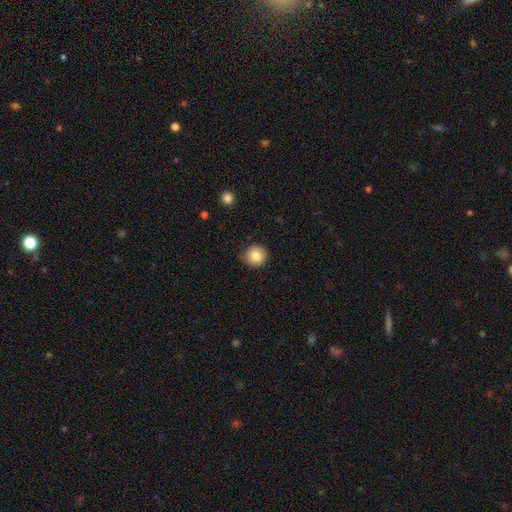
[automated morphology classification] Overall: smooth (83%). How rounded: round (93%). Merging: none (82%).